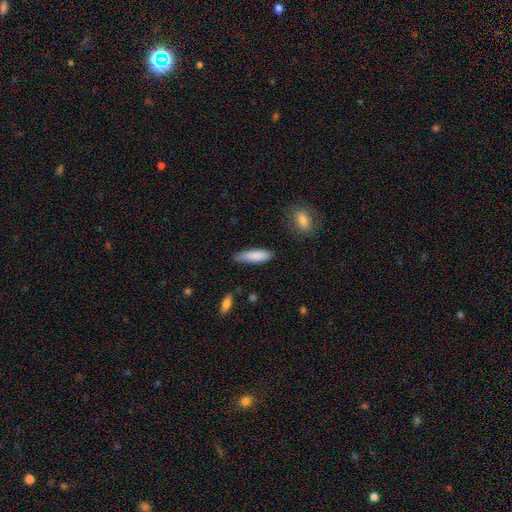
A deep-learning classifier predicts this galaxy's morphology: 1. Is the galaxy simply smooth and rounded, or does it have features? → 86% smooth, 8% featured or disk, 6% star or artifact.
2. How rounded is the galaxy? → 56% cigar-shaped, 42% in between, 1% round.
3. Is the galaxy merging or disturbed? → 75% none, 20% minor disturbance, 3% major disturbance, 2% merger.